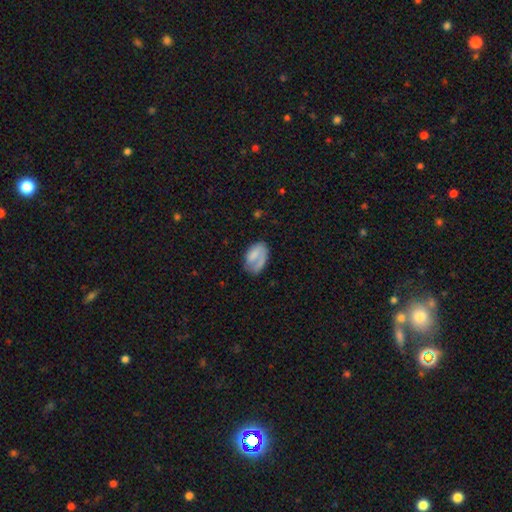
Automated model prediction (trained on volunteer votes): The model was most divided on "merging": none: 49%, minor disturbance: 27%, major disturbance: 20%, merger: 4%. More confident: how rounded — in between (89%); smooth or featured — smooth (63%).